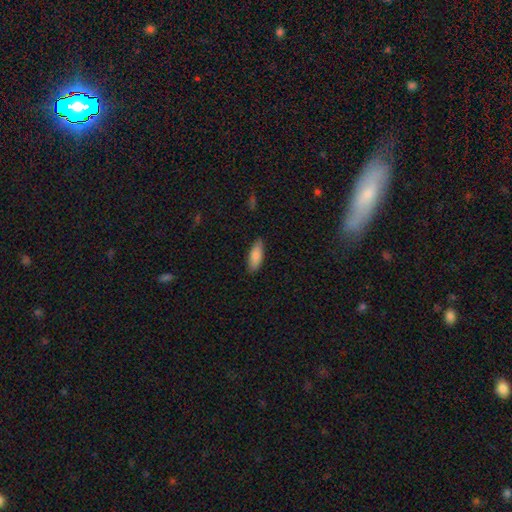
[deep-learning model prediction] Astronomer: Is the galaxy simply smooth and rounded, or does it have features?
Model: smooth — 87%.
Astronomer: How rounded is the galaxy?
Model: in between — 73%.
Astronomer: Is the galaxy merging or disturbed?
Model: none — 85%.